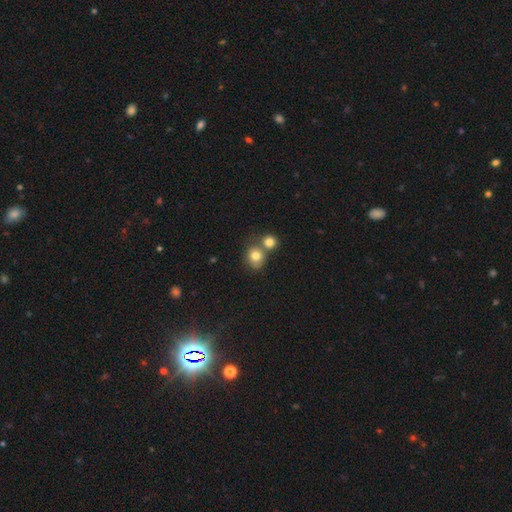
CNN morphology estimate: A smooth galaxy with no disk features (79%) that is round (76%). Merging: none (46%).